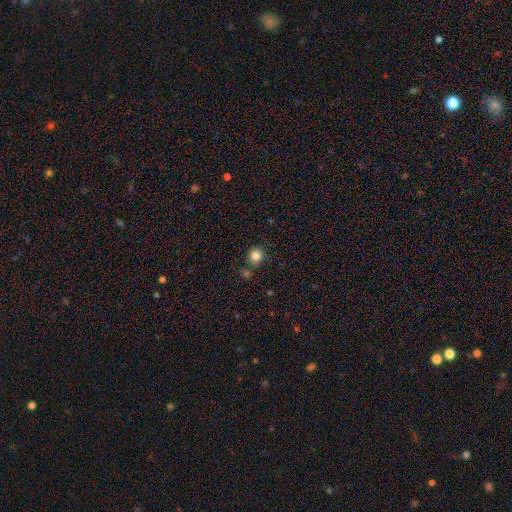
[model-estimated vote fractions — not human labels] Smooth or featured? Predicted: smooth (p=0.83). How rounded? Predicted: round (p=0.89). Merging? Predicted: none (p=0.79).